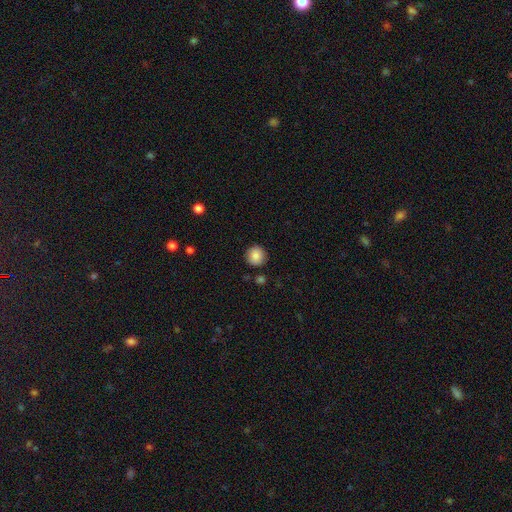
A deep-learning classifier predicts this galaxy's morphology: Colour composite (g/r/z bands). It shows a smooth galaxy with no disk features (86%) that is round (94%). Merging: none (89%).